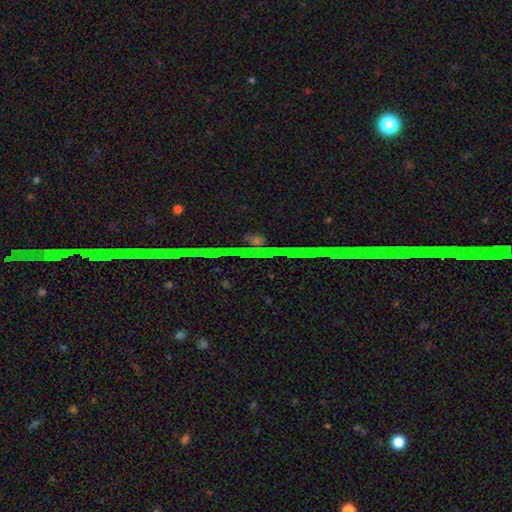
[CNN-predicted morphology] Smooth or featured? Predicted: star or artifact (p=0.73).